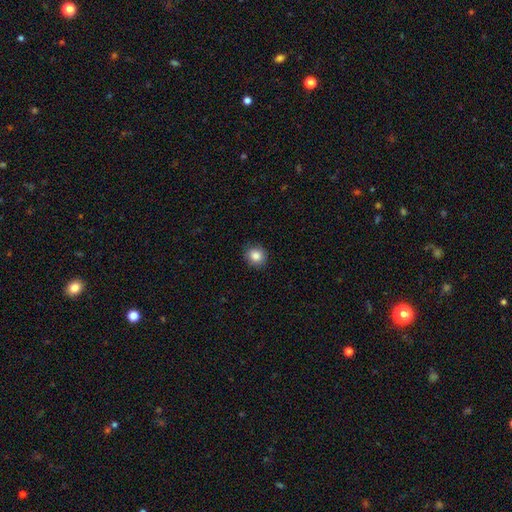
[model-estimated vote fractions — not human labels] Smooth or featured: smooth — 85% (star or artifact — 10%)
How rounded: round — 84% (in between — 15%)
Merging: none — 87% (minor disturbance — 10%)